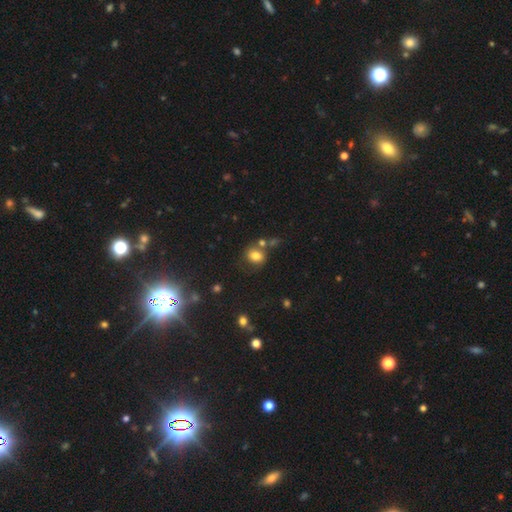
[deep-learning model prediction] Q: Smooth or featured?
A: smooth (76%); runner-up: star or artifact (12%)
Q: How rounded?
A: round (55%); runner-up: in between (44%)
Q: Merging?
A: none (55%); runner-up: merger (20%)